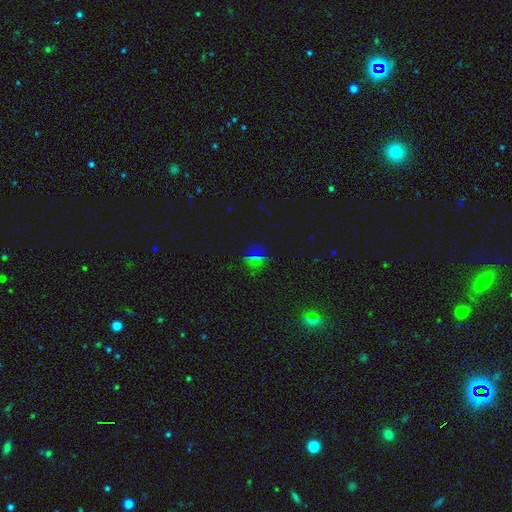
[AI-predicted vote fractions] This appears to be a star or artifact, not a galaxy (51%).